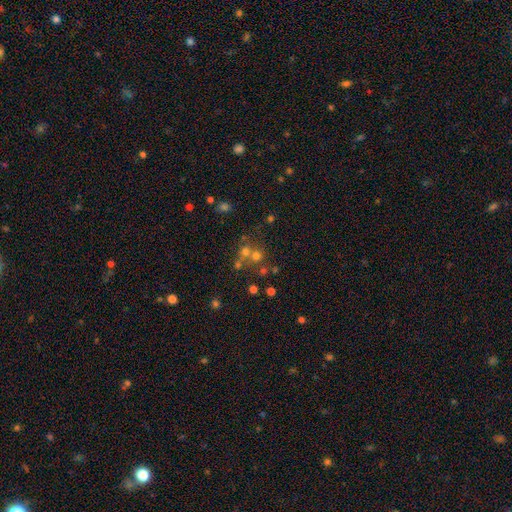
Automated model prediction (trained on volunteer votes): Smooth or featured? smooth (56%)
How rounded? round (86%)
Merging? none (48%)